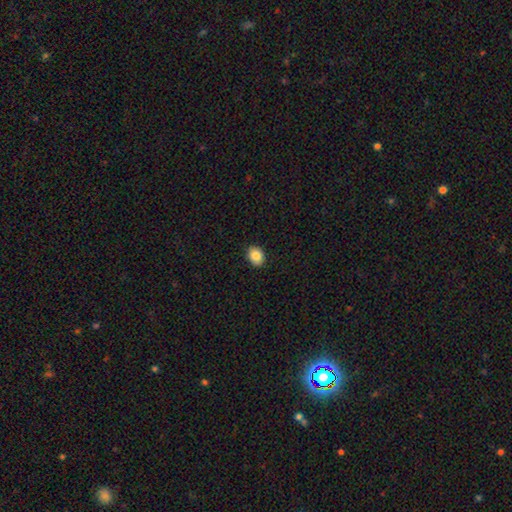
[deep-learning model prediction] Smooth or featured?
  - smooth: 86% *
  - star or artifact: 8%
  - featured or disk: 6%
How rounded?
  - in between: 53% *
  - round: 46%
  - cigar-shaped: 1%
Merging?
  - none: 90% *
  - minor disturbance: 7%
  - major disturbance: 2%
  - merger: 1%